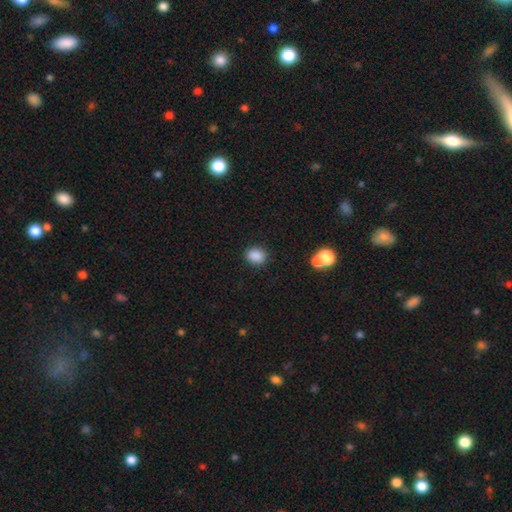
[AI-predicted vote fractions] Smooth or featured: smooth — 87% (star or artifact — 10%)
How rounded: round — 58% (in between — 41%)
Merging: none — 87% (minor disturbance — 8%)